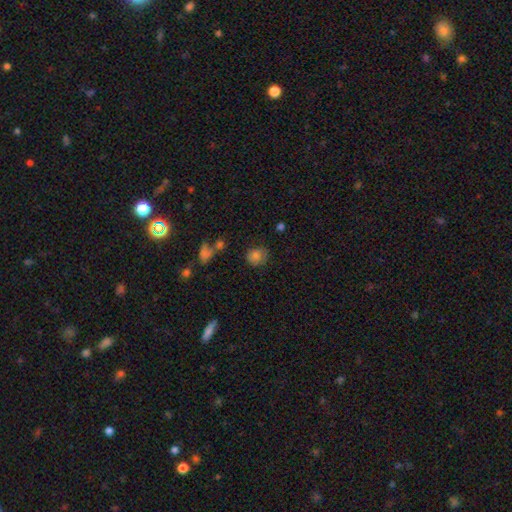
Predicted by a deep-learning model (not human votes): Q: Smooth or featured?
A: smooth (81%); runner-up: star or artifact (11%)
Q: How rounded?
A: round (80%); runner-up: in between (19%)
Q: Merging?
A: none (71%); runner-up: minor disturbance (19%)